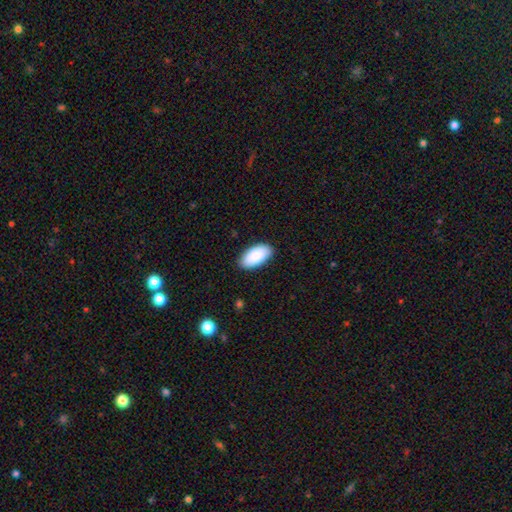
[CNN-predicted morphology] A smooth galaxy with no disk features (90%) that is in between round and cigar-shaped (96%).

Vote fractions:
- Smooth or featured? smooth: 90% / star or artifact: 6% / featured or disk: 5%
- How rounded? in between: 96% / cigar-shaped: 2% / round: 2%
- Merging? none: 87% / minor disturbance: 10% / major disturbance: 2% / merger: 1%